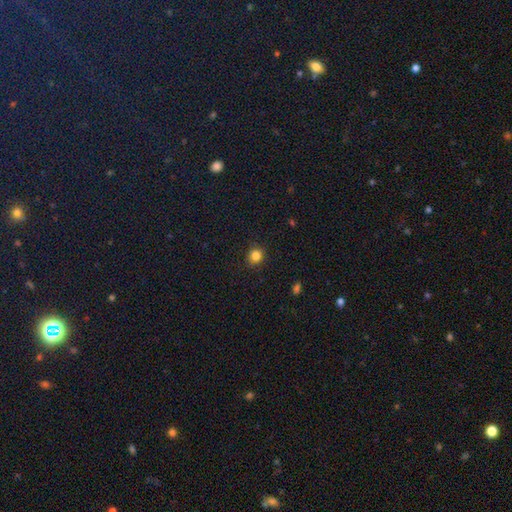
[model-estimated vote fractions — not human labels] Smooth or featured?
  - smooth: 84% *
  - star or artifact: 12%
  - featured or disk: 4%
How rounded?
  - round: 86% *
  - in between: 13%
  - cigar-shaped: 1%
Merging?
  - none: 89% *
  - minor disturbance: 8%
  - major disturbance: 2%
  - merger: 1%